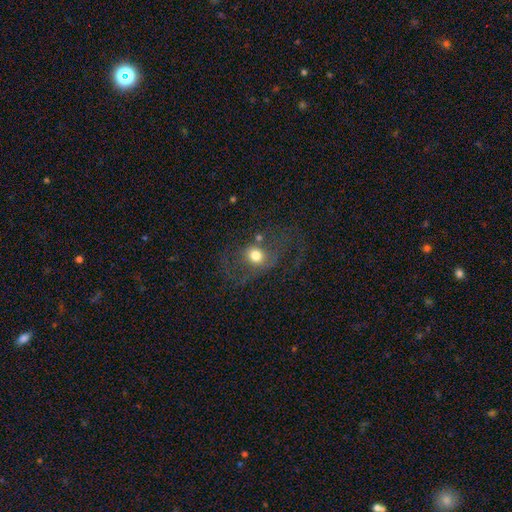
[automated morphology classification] Smooth or featured? smooth (56%)
How rounded? round (66%)
Merging? none (42%)